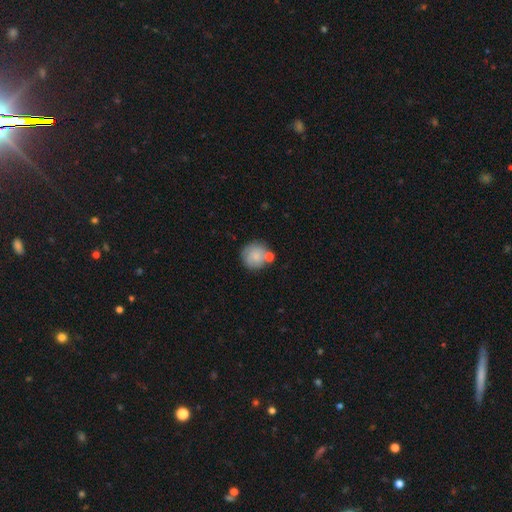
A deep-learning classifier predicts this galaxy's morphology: The model was most divided on "merging": none: 62%, merger: 17%, minor disturbance: 16%, major disturbance: 5%. More confident: how rounded — round (90%); smooth or featured — smooth (77%).